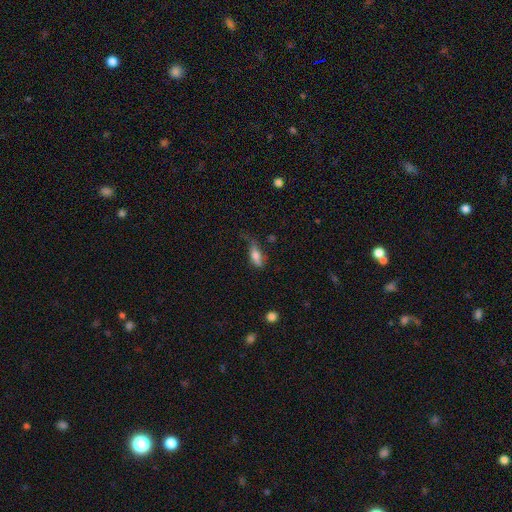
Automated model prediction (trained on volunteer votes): smooth-or-featured: smooth: 66% | featured or disk: 25% | star or artifact: 9%
  how-rounded: in between: 69% | cigar-shaped: 27% | round: 4%
  merging: none: 42% | minor disturbance: 34% | major disturbance: 21% | merger: 3%